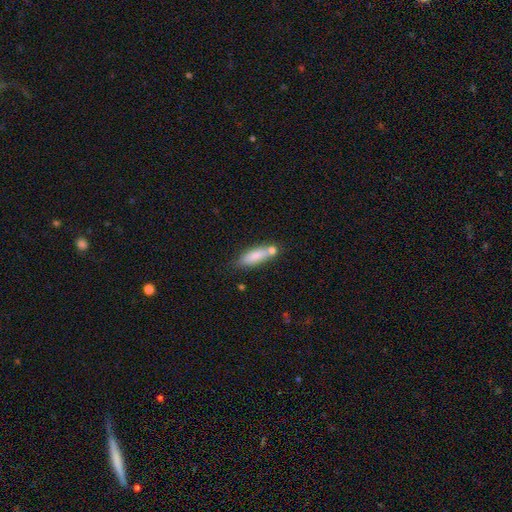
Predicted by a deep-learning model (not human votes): Smooth or featured: smooth — 80% (featured or disk — 13%)
How rounded: in between — 49% (cigar-shaped — 48%)
Merging: none — 58% (merger — 20%)